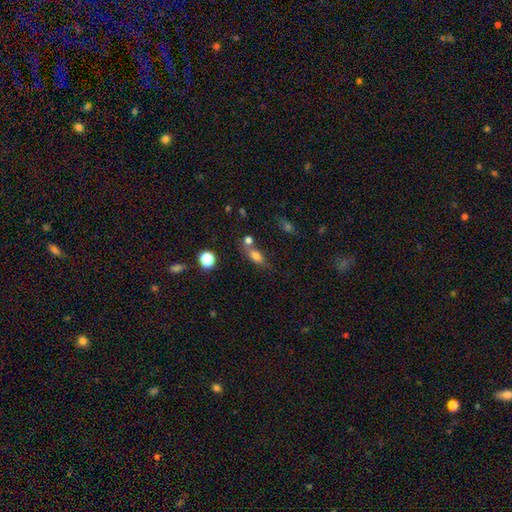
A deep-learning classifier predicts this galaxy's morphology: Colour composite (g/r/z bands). It shows a smooth galaxy with no disk features (72%) that is in between round and cigar-shaped (68%). Merging: none (47%).